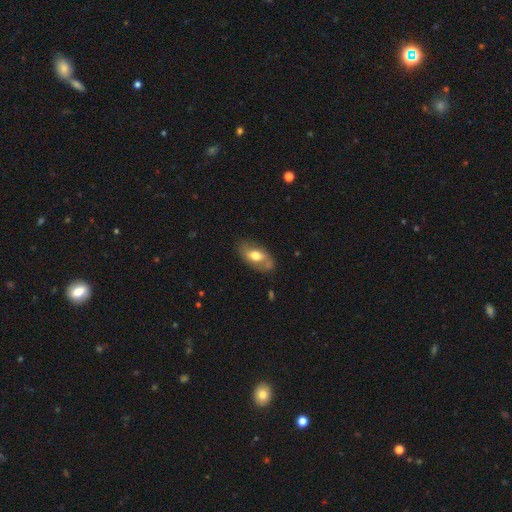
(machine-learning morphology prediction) smooth_or_featured: smooth (p=0.58) [alt: featured or disk p=0.35]
how_rounded: in between (p=0.89) [alt: round p=0.06]
merging: none (p=0.67) [alt: minor disturbance p=0.22]